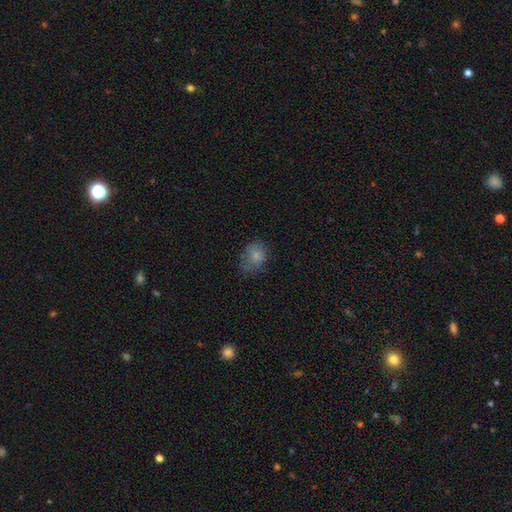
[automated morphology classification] The model was most divided on "how rounded": in between: 50%, round: 49%, cigar-shaped: 1%. More confident: smooth or featured — smooth (77%); merging — none (52%).